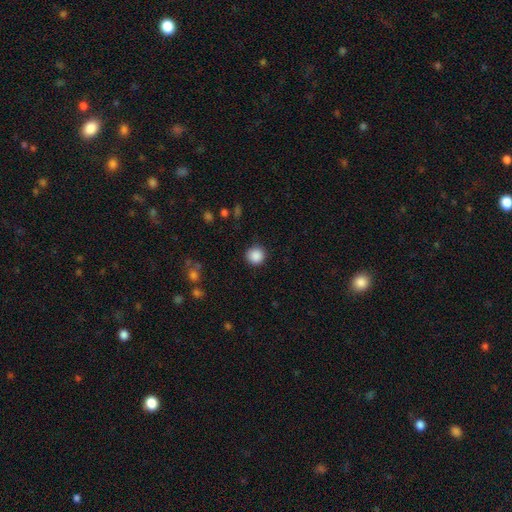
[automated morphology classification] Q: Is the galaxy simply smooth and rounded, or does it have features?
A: smooth — 88%.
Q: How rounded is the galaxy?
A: round — 94%.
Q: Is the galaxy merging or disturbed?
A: none — 90%.